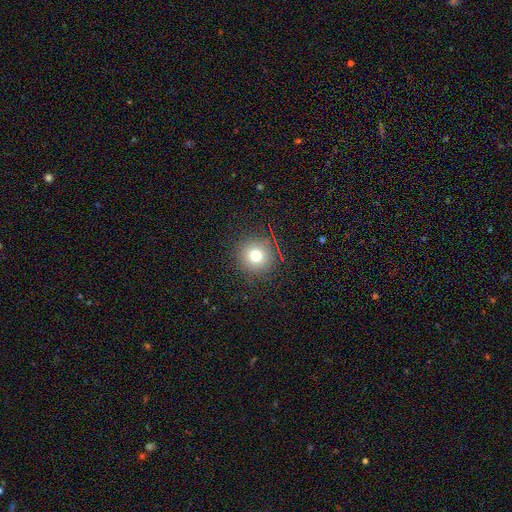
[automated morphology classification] Q: Smooth or featured?
A: smooth (73%); runner-up: star or artifact (16%)
Q: How rounded?
A: round (94%); runner-up: in between (5%)
Q: Merging?
A: none (89%); runner-up: minor disturbance (7%)